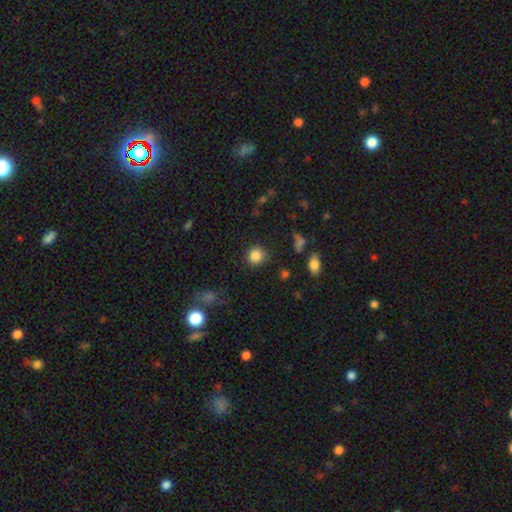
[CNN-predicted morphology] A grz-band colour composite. It shows a smooth galaxy with no disk features (85%) that is round (91%). Merging: none (87%).